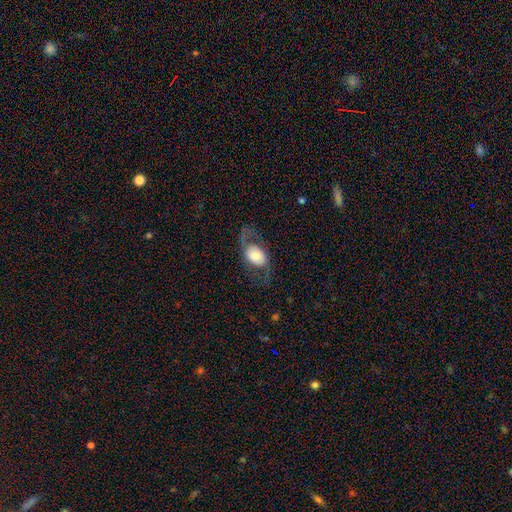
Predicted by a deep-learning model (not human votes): A smooth galaxy with no disk features (47%).

Vote fractions:
- Smooth or featured? smooth: 47% / featured or disk: 45% / star or artifact: 7%
- Merging? none: 58% / major disturbance: 24% / minor disturbance: 17% / merger: 2%